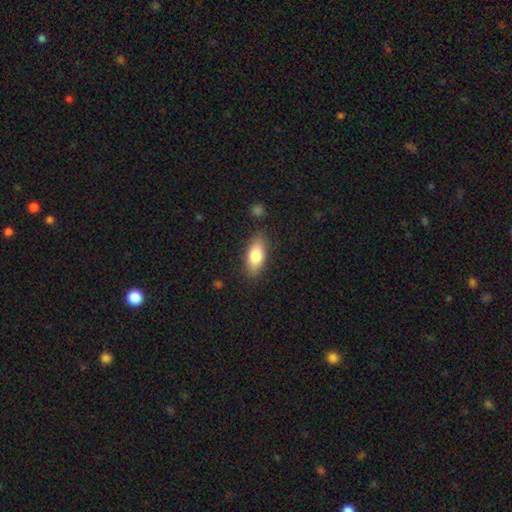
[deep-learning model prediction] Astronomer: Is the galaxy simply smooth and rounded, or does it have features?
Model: smooth — 79%.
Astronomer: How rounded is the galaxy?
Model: in between — 83%.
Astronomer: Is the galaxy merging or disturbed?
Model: none — 82%.